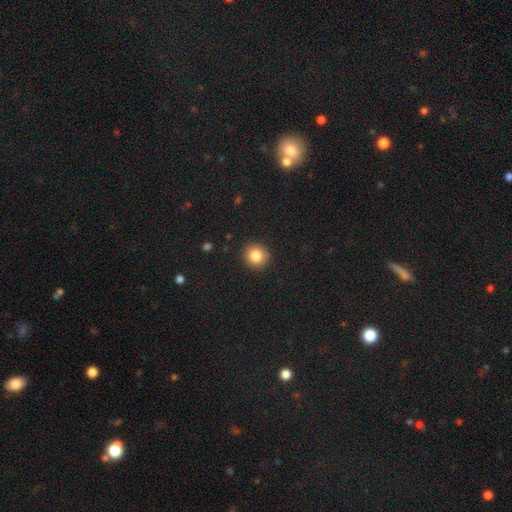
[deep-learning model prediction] smooth 84%, star or artifact 10%, featured or disk 6%. Down the decision tree: how rounded — round (90%); merging — none (91%).